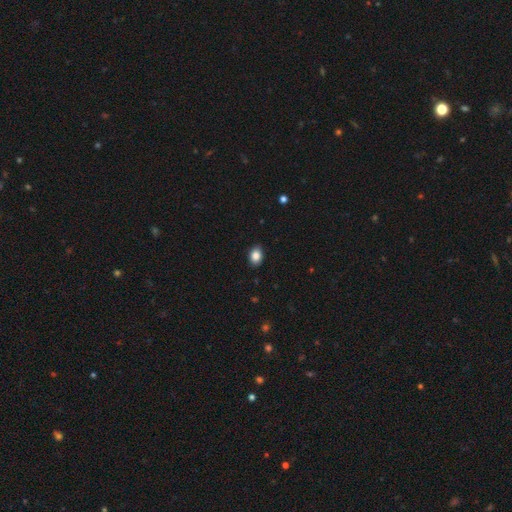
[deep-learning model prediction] Smooth or featured: smooth — 86% (star or artifact — 9%)
How rounded: in between — 75% (round — 24%)
Merging: none — 88% (minor disturbance — 9%)